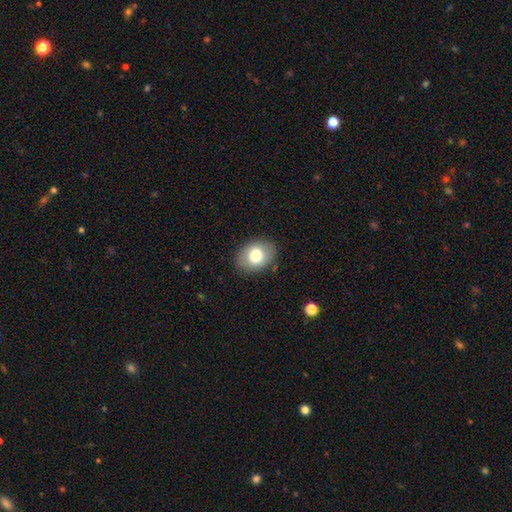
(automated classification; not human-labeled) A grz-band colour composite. It shows a smooth galaxy with no disk features (76%) that is in between round and cigar-shaped (72%). Merging: none (85%).